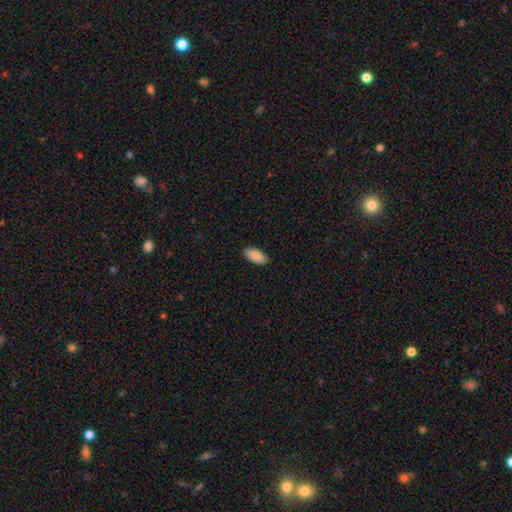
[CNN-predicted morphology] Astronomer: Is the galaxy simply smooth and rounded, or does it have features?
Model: smooth — 89%.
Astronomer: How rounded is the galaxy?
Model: in between — 93%.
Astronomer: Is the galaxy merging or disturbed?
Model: none — 89%.